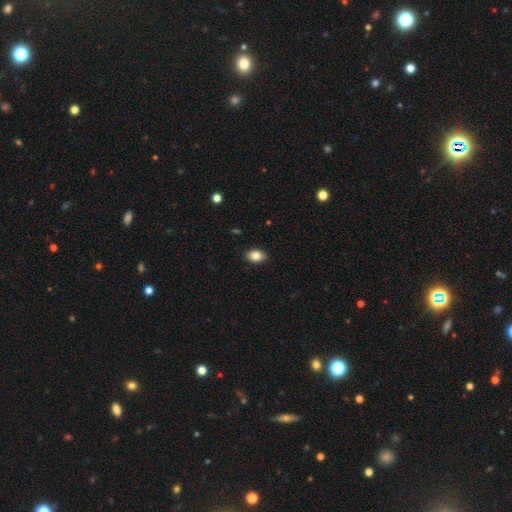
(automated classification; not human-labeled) Smooth or featured?
  - smooth: 84% *
  - star or artifact: 9%
  - featured or disk: 7%
How rounded?
  - in between: 78% *
  - round: 21%
  - cigar-shaped: 1%
Merging?
  - none: 89% *
  - minor disturbance: 9%
  - major disturbance: 2%
  - merger: 1%